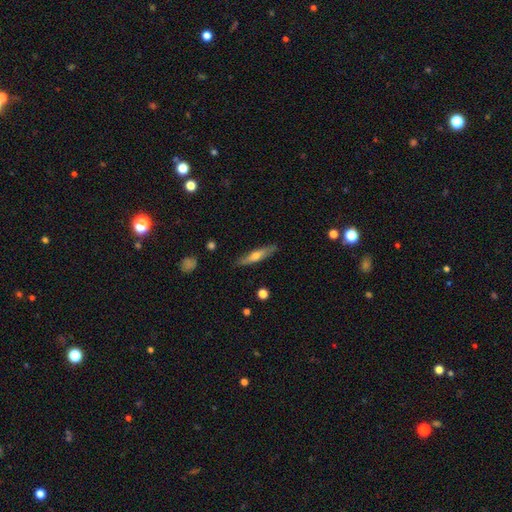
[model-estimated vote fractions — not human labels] Morphology: type=smooth (47%, tied with featured or disk); merging=none (86%).